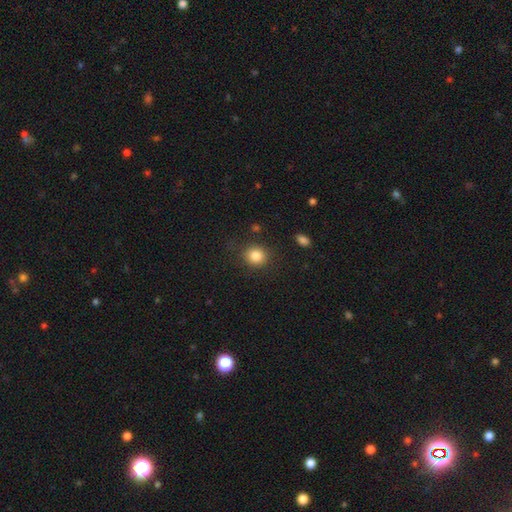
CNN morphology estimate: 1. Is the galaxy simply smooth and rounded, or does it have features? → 85% smooth, 10% star or artifact, 5% featured or disk.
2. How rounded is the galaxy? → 81% round, 18% in between, 1% cigar-shaped.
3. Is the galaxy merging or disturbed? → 84% none, 10% minor disturbance, 4% major disturbance, 2% merger.